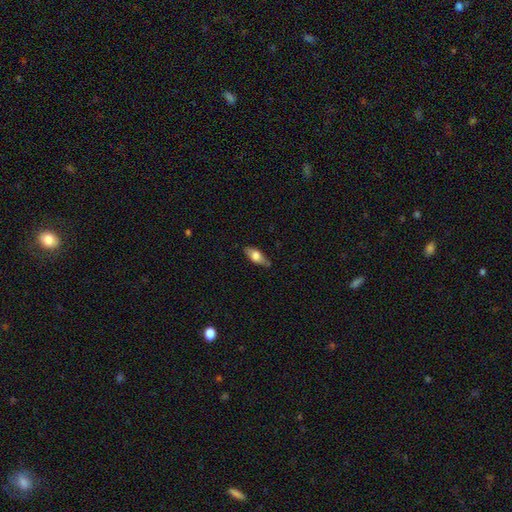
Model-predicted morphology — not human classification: This appears to be a smooth galaxy with no disk features (68%) that is in between round and cigar-shaped (81%). Merging: none (77%).